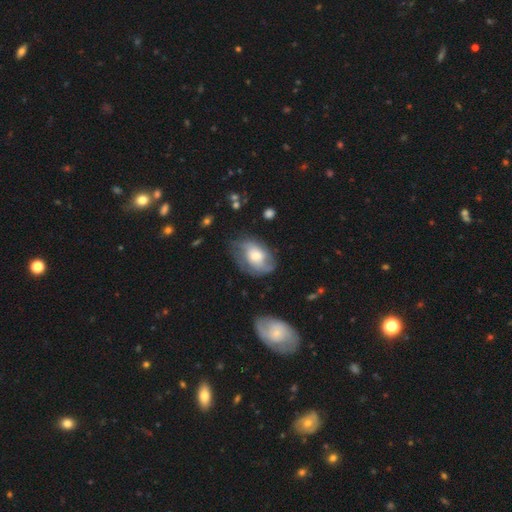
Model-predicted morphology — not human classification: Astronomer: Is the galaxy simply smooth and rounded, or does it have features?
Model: featured or disk — 52% (runner-up: smooth, 41%).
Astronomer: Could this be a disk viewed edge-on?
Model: no — 95%.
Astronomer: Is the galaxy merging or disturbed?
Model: none — 55%.